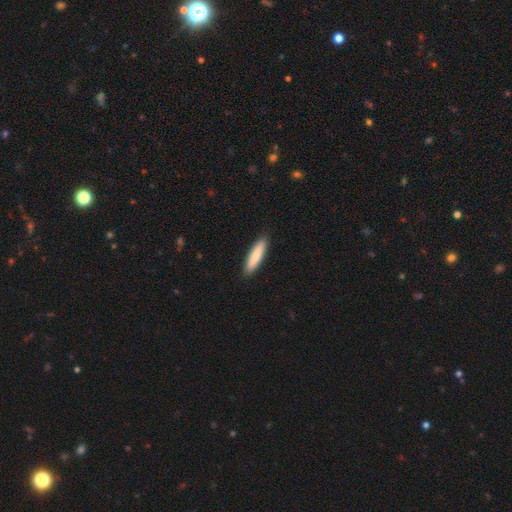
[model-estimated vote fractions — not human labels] A smooth galaxy with no disk features (81%) that is cigar-shaped (78%).

Vote fractions:
- Smooth or featured? smooth: 81% / featured or disk: 14% / star or artifact: 5%
- How rounded? cigar-shaped: 78% / in between: 21% / round: 1%
- Merging? none: 90% / minor disturbance: 7% / major disturbance: 1% / merger: 1%